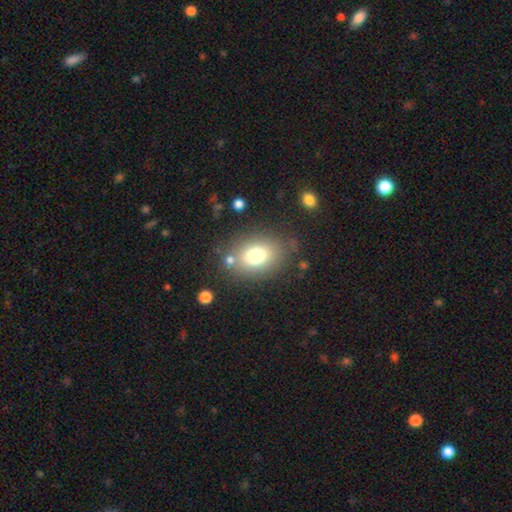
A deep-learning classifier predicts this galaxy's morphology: Smooth or featured? Predicted: smooth (p=0.76). How rounded? Predicted: in between (p=0.64). Merging? Predicted: none (p=0.75).